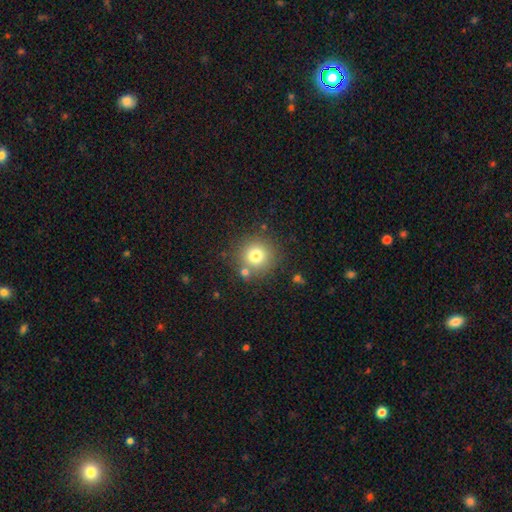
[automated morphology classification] This appears to be a smooth galaxy with no disk features (77%) that is round (94%). Merging: none (79%).